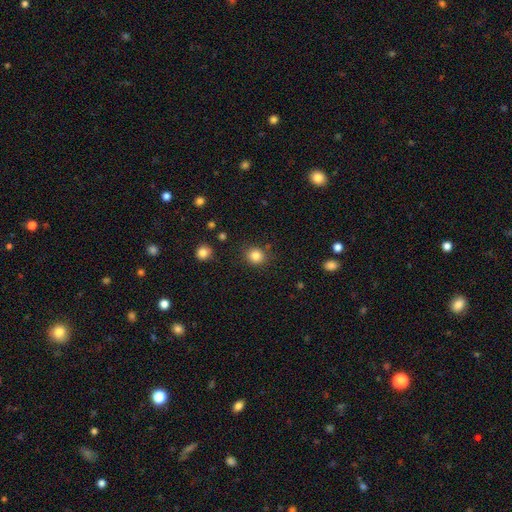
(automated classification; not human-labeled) Smooth or featured?
  - smooth: 84% *
  - star or artifact: 11%
  - featured or disk: 5%
How rounded?
  - round: 85% *
  - in between: 15%
  - cigar-shaped: 1%
Merging?
  - none: 85% *
  - minor disturbance: 9%
  - major disturbance: 3%
  - merger: 3%